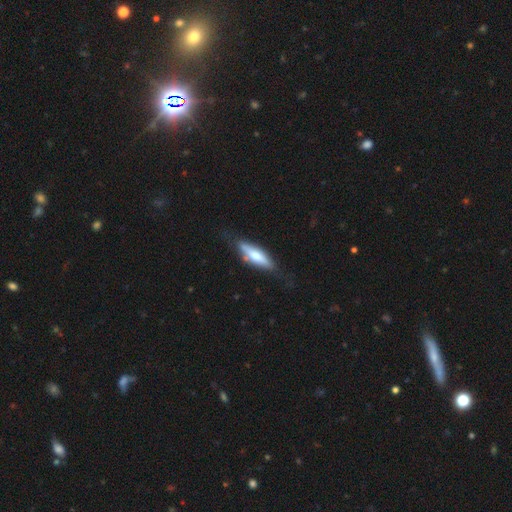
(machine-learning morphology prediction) The model was most divided on "smooth or featured": smooth: 50%, featured or disk: 45%, star or artifact: 6%. More confident: merging — none (69%).